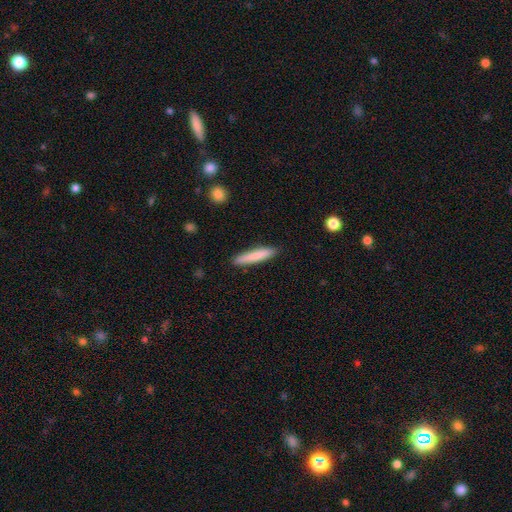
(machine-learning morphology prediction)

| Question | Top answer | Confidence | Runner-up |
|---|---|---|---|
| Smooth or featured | smooth | 80% | featured or disk (15%) |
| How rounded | cigar-shaped | 93% | in between (6%) |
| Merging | none | 90% | minor disturbance (7%) |